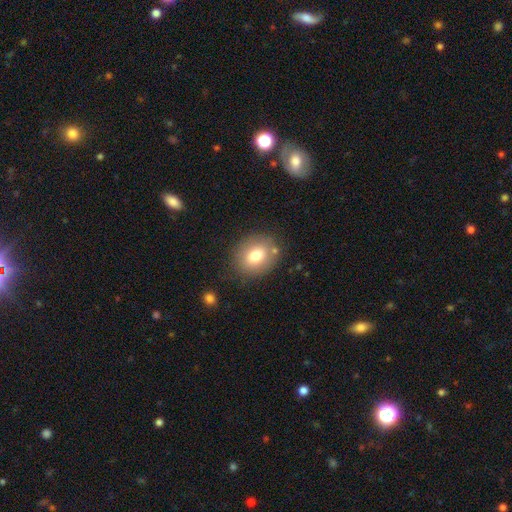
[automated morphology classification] Q: Smooth or featured?
A: smooth (75%); runner-up: featured or disk (15%)
Q: How rounded?
A: round (55%); runner-up: in between (44%)
Q: Merging?
A: none (79%); runner-up: minor disturbance (12%)